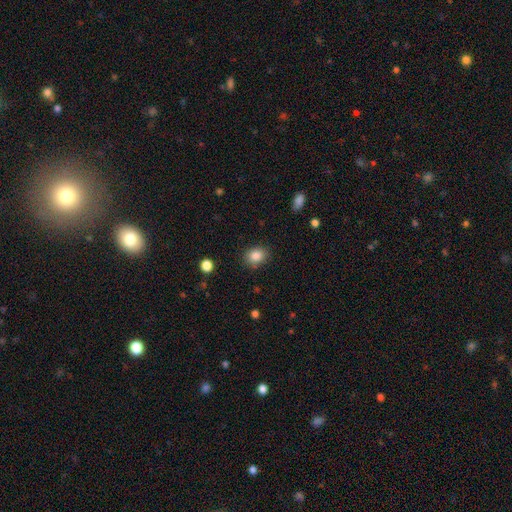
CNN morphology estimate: smooth 85%, star or artifact 10%, featured or disk 5%. Down the decision tree: how rounded — round (51%); merging — none (85%).